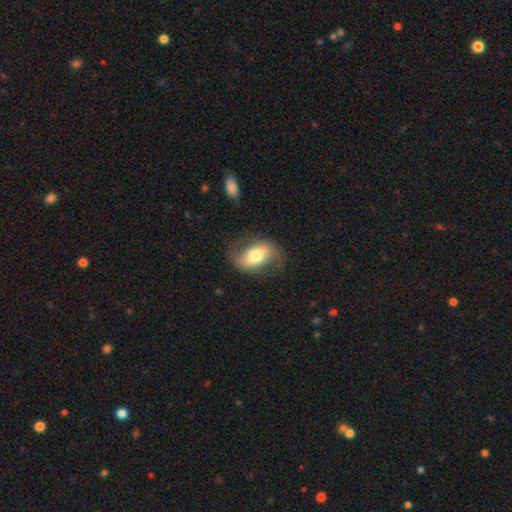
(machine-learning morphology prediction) Smooth or featured? Predicted: featured or disk (p=0.63). Edge-on disk? Predicted: no (p=0.92). Bar? Predicted: strong (p=0.39). Spiral arms? Predicted: yes (p=0.80). Bulge size? Predicted: moderate (p=0.62). Merging? Predicted: none (p=0.72).